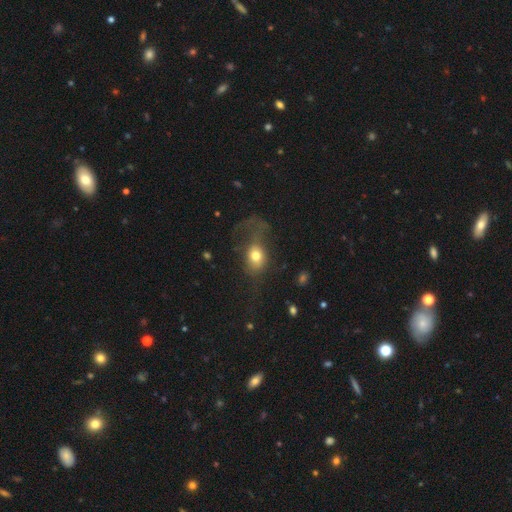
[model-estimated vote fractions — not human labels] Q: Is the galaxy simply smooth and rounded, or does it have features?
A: smooth — 69%.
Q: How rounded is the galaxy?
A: in between — 54%.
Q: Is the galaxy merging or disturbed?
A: major disturbance — 54%.